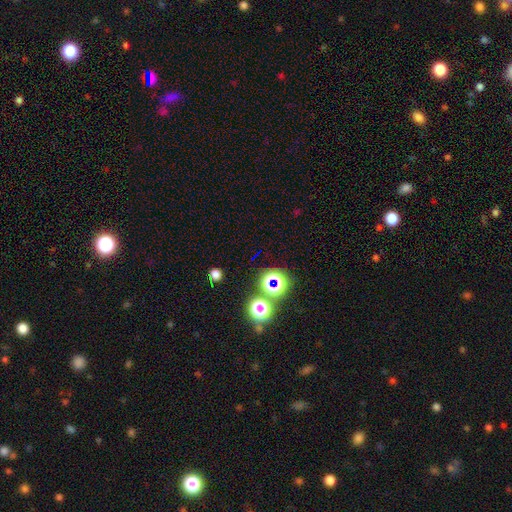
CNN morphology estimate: type=star or artifact (59%).